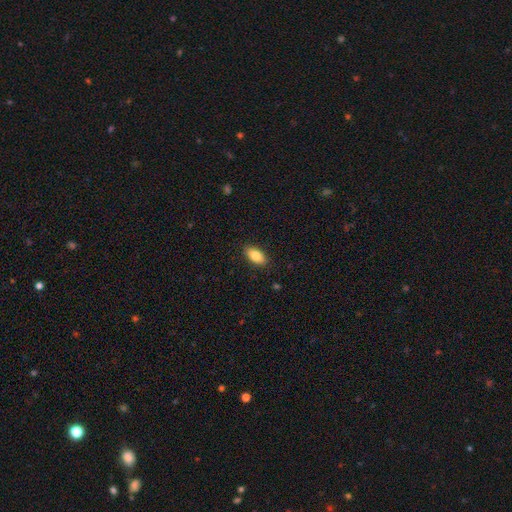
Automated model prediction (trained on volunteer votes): A smooth galaxy with no disk features (83%) that is in between round and cigar-shaped (92%).

Vote fractions:
- Smooth or featured? smooth: 83% / featured or disk: 10% / star or artifact: 7%
- How rounded? in between: 92% / cigar-shaped: 4% / round: 4%
- Merging? none: 88% / minor disturbance: 9% / major disturbance: 2% / merger: 1%